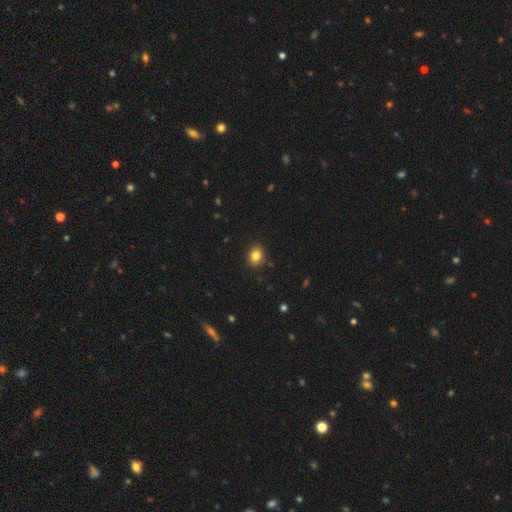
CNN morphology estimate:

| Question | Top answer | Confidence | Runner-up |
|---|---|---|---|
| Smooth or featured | smooth | 84% | star or artifact (10%) |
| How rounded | round | 51% | in between (48%) |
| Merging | none | 89% | minor disturbance (8%) |